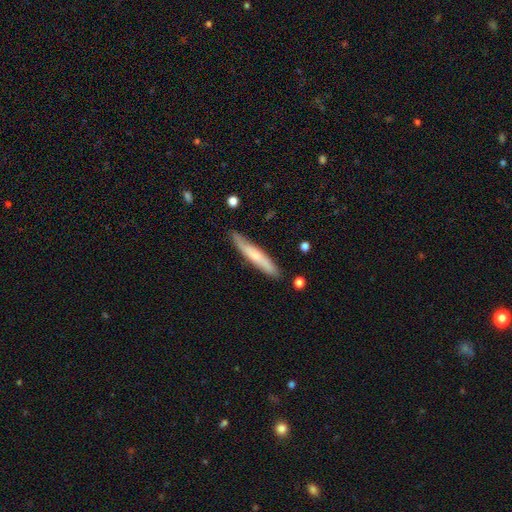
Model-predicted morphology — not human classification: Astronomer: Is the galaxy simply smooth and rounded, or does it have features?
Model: smooth — 59% (runner-up: featured or disk, 35%).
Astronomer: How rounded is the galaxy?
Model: cigar-shaped — 92%.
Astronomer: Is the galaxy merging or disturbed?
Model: none — 82%.